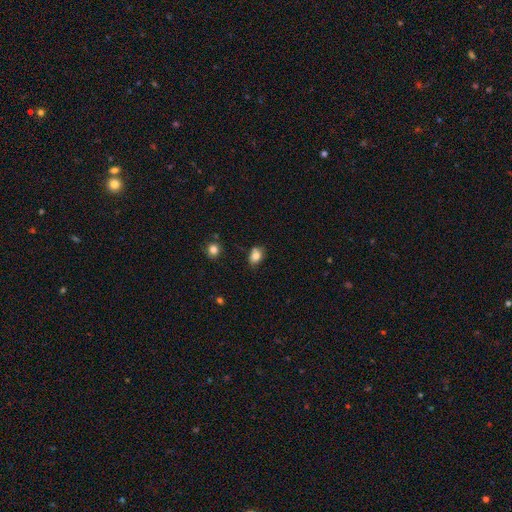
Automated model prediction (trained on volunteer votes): Smooth or featured? smooth (81%)
How rounded? in between (73%)
Merging? none (67%)